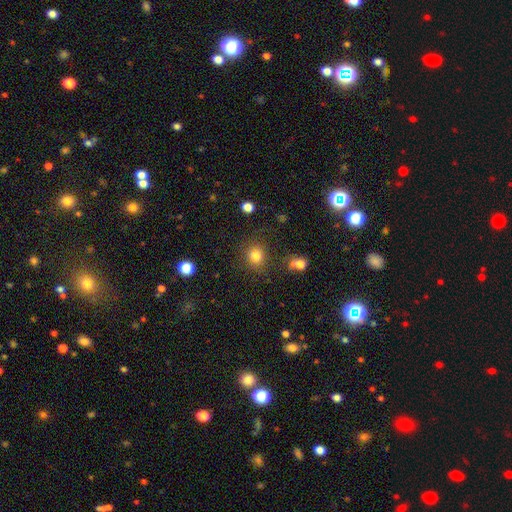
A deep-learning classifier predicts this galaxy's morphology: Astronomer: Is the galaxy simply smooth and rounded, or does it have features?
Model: smooth — 81%.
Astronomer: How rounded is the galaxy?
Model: round — 83%.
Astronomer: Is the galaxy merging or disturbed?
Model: none — 83%.